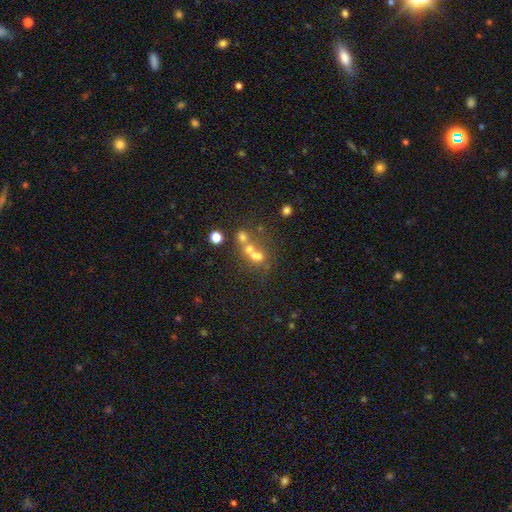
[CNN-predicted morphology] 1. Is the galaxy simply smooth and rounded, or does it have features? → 49% smooth, 27% featured or disk, 24% star or artifact.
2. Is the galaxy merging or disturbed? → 53% merger, 32% none, 8% minor disturbance, 7% major disturbance.